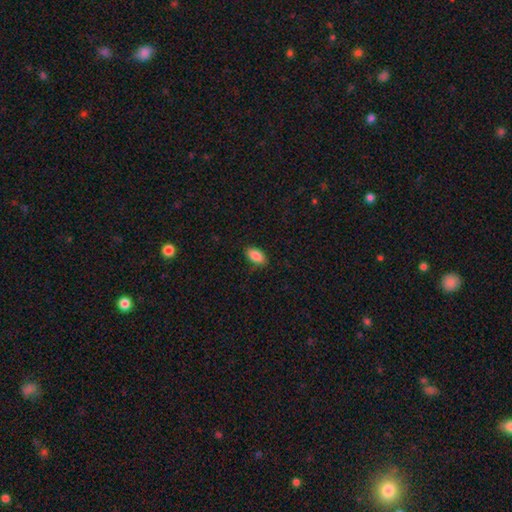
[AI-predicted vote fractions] smooth 87%, star or artifact 7%, featured or disk 6%. Down the decision tree: how rounded — in between (93%); merging — none (86%).